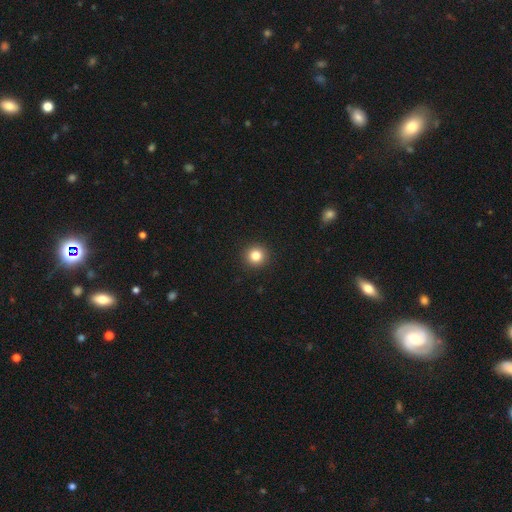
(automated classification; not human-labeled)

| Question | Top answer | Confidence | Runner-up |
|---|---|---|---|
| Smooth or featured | smooth | 83% | star or artifact (11%) |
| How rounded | round | 95% | in between (4%) |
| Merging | none | 93% | minor disturbance (4%) |